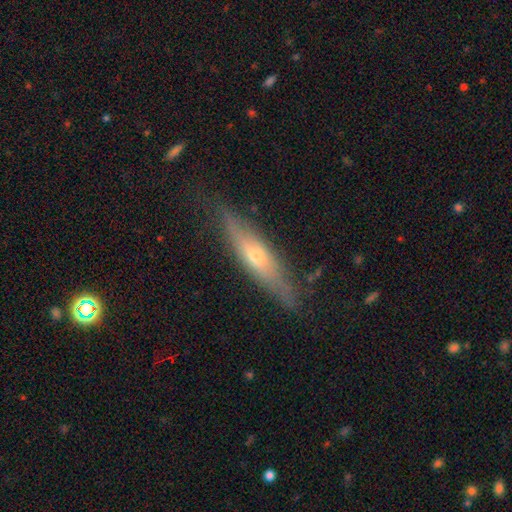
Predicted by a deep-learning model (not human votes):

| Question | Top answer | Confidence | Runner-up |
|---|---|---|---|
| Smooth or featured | featured or disk | 61% | smooth (32%) |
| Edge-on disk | yes | 83% | no (17%) |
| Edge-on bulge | rounded | 81% | none (14%) |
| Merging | none | 78% | minor disturbance (17%) |